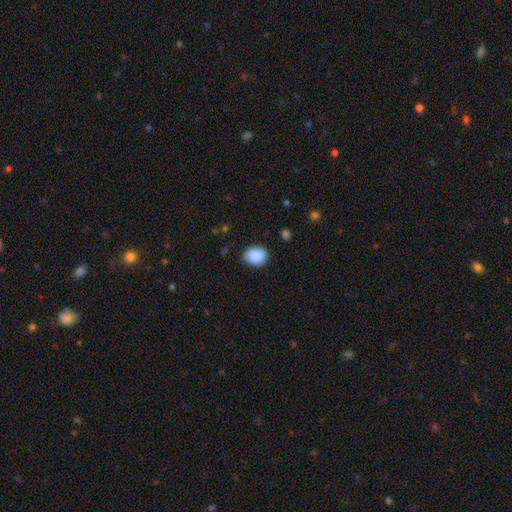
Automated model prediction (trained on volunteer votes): This appears to be a smooth galaxy with no disk features (88%) that is round (60%). Merging: none (75%).